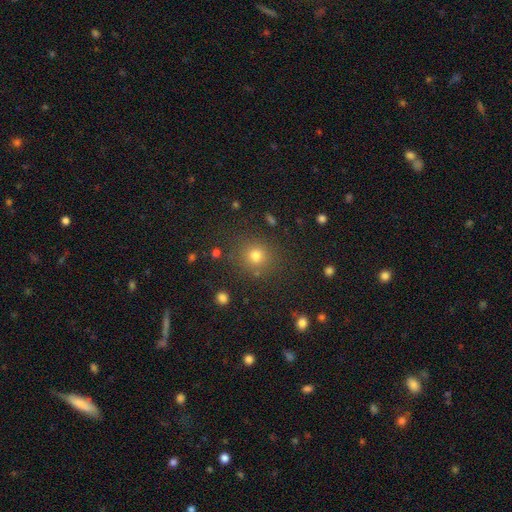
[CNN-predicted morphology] smooth_or_featured: smooth (p=0.76) [alt: star or artifact p=0.17]
how_rounded: round (p=0.87) [alt: in between p=0.12]
merging: none (p=0.83) [alt: minor disturbance p=0.09]